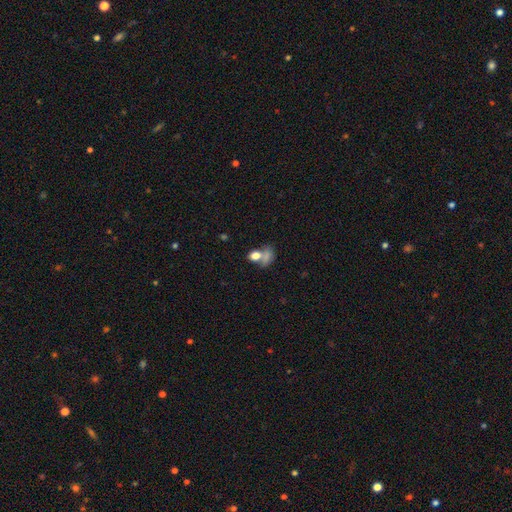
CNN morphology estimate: Overall: smooth (75%). How rounded: in between (64%; round 33%). Merging: merger (46%; none 32%).